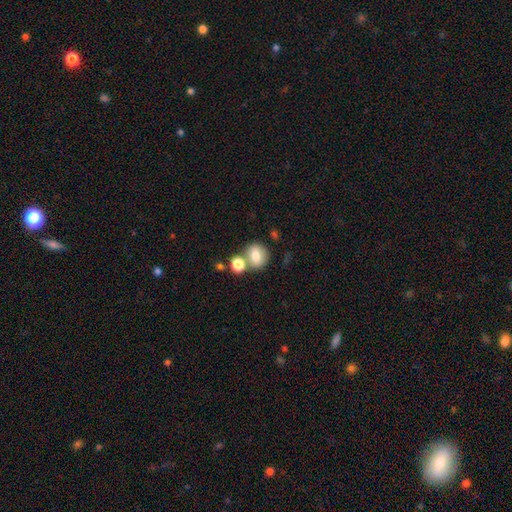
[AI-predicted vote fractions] Overall: smooth (75%). How rounded: round (69%; in between 30%). Merging: none (56%; merger 30%).